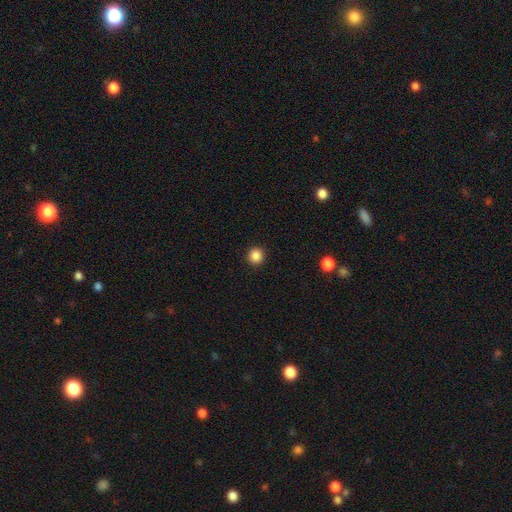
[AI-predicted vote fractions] A smooth galaxy with no disk features (86%) that is round (94%). Merging: none (93%).